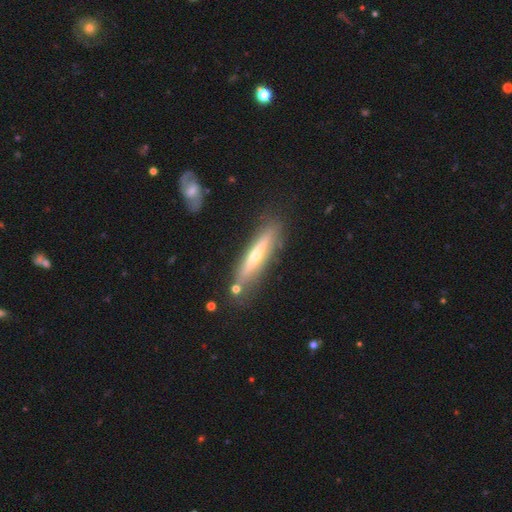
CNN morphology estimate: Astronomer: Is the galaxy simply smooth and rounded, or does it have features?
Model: featured or disk — 59%.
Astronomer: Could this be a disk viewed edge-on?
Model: yes — 86%.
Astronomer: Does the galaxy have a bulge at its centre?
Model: rounded — 67%.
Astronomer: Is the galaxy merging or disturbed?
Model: none — 77%.